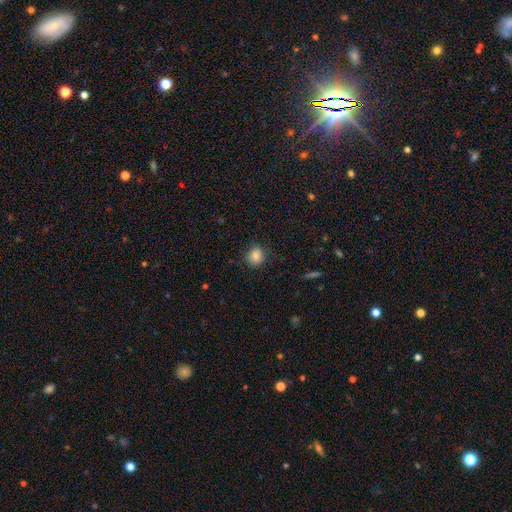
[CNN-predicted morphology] A smooth galaxy with no disk features (85%) that is round (77%). Merging: none (79%).